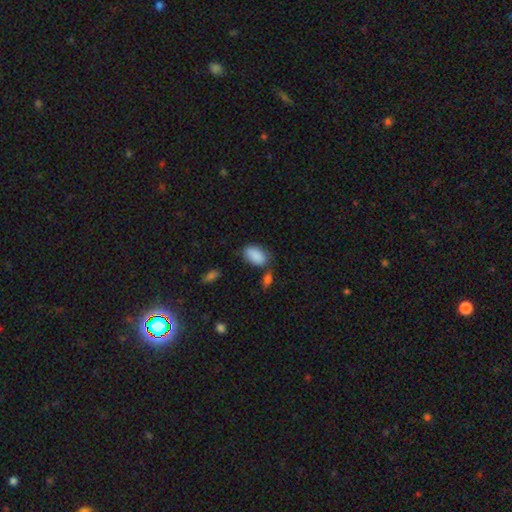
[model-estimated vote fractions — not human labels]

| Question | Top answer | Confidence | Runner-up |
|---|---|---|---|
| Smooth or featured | smooth | 88% | star or artifact (7%) |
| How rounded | in between | 93% | round (5%) |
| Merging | none | 65% | minor disturbance (19%) |